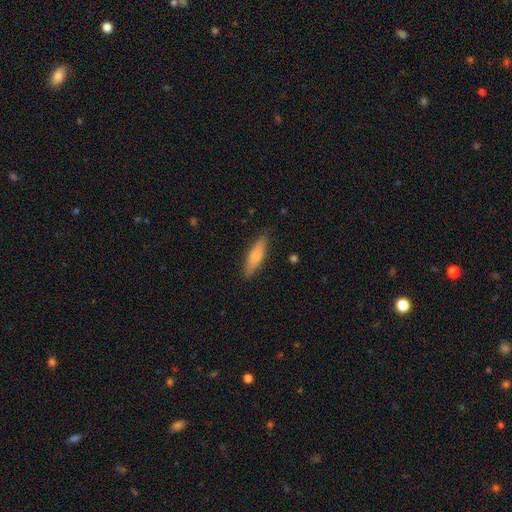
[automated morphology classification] Q: Smooth or featured?
A: smooth (72%); runner-up: featured or disk (22%)
Q: How rounded?
A: cigar-shaped (63%); runner-up: in between (35%)
Q: Merging?
A: none (85%); runner-up: minor disturbance (12%)